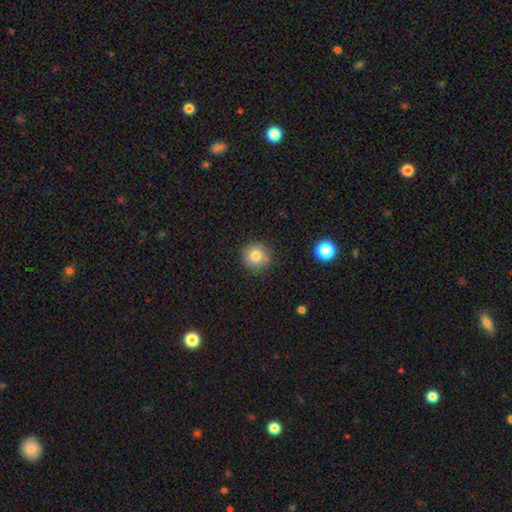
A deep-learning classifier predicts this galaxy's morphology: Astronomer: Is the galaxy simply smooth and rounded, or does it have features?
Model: smooth — 80%.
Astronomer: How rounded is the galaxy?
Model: round — 94%.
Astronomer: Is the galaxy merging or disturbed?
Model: none — 81%.